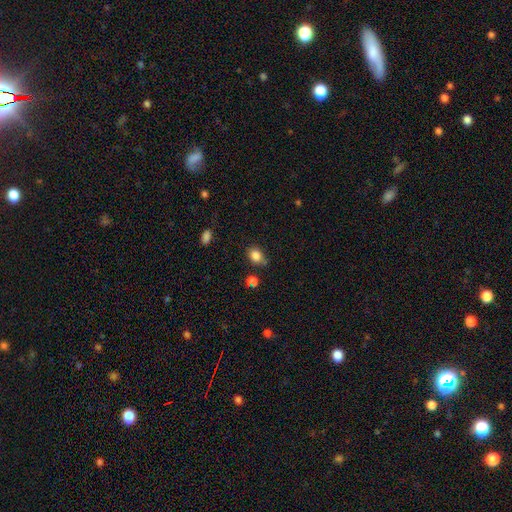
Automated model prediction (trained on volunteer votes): Smooth or featured? smooth (83%)
How rounded? in between (51%)
Merging? none (70%)